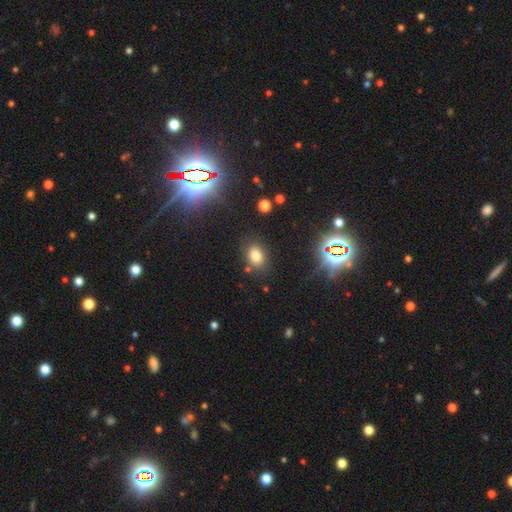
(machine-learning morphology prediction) smooth-or-featured: smooth: 76% | star or artifact: 16% | featured or disk: 8%
  how-rounded: in between: 69% | round: 30% | cigar-shaped: 1%
  merging: none: 80% | minor disturbance: 12% | major disturbance: 4% | merger: 4%